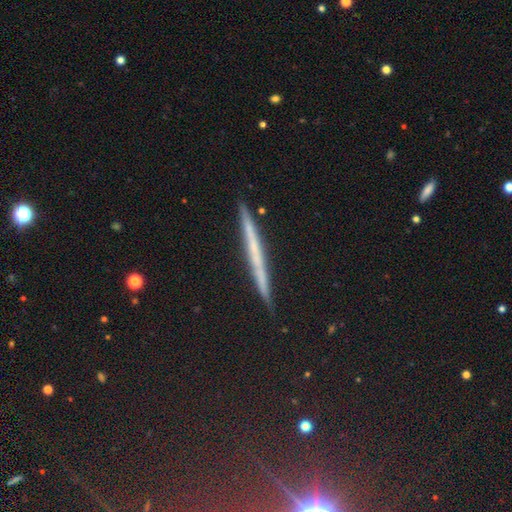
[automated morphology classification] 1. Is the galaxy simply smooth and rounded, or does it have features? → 50% featured or disk, 33% smooth, 16% star or artifact.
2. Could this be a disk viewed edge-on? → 96% yes, 4% no.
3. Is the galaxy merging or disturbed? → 91% none, 7% minor disturbance, 1% major disturbance, 1% merger.